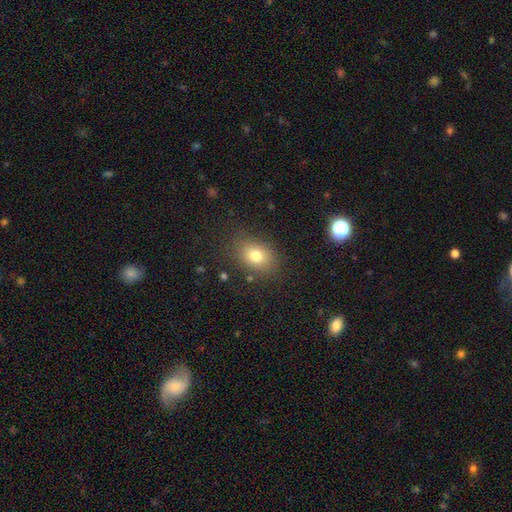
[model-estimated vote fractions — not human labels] Overall: smooth (77%). How rounded: in between (62%; round 37%). Merging: none (81%).